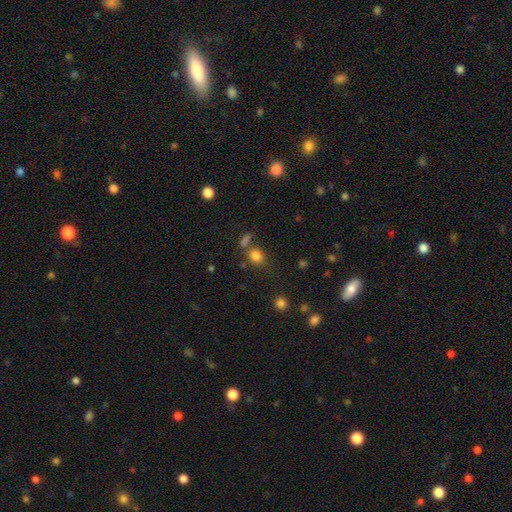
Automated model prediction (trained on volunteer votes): A smooth galaxy with no disk features (80%) that is round (53%).

Vote fractions:
- Smooth or featured? smooth: 80% / star or artifact: 14% / featured or disk: 7%
- How rounded? round: 53% / in between: 46% / cigar-shaped: 2%
- Merging? none: 56% / merger: 22% / minor disturbance: 14% / major disturbance: 7%